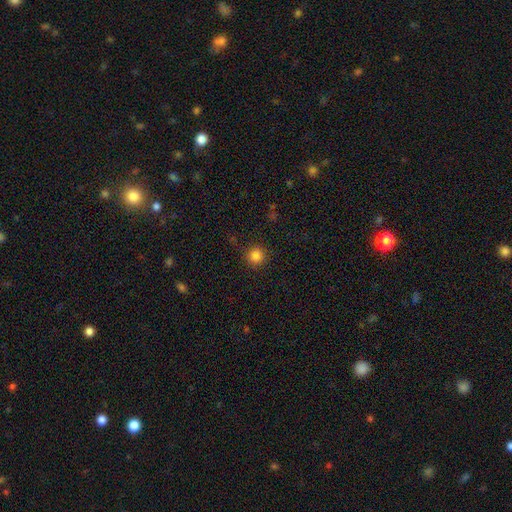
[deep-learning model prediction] A smooth galaxy with no disk features (84%) that is round (94%).

Vote fractions:
- Smooth or featured? smooth: 84% / star or artifact: 12% / featured or disk: 4%
- How rounded? round: 94% / in between: 5% / cigar-shaped: 1%
- Merging? none: 88% / minor disturbance: 8% / major disturbance: 3% / merger: 1%